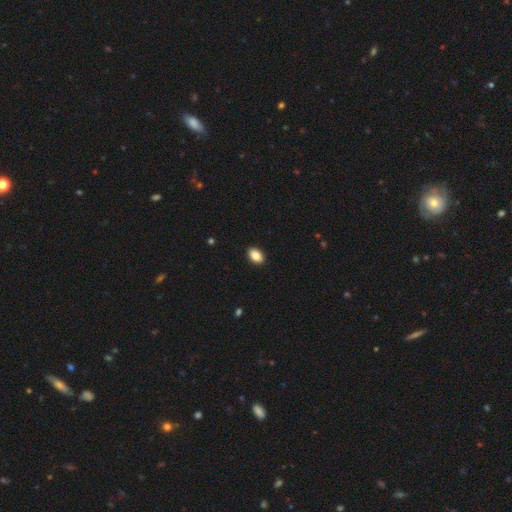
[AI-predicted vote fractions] Smooth or featured: smooth — 88% (star or artifact — 7%)
How rounded: in between — 90% (round — 8%)
Merging: none — 91% (minor disturbance — 7%)